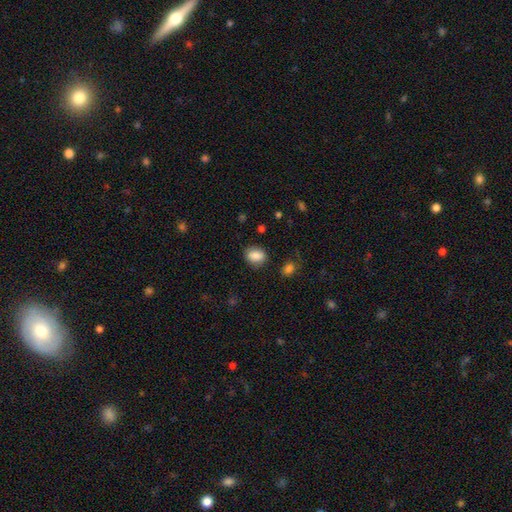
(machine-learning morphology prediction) This appears to be a smooth galaxy with no disk features (86%) that is in between round and cigar-shaped (63%). Merging: none (81%).